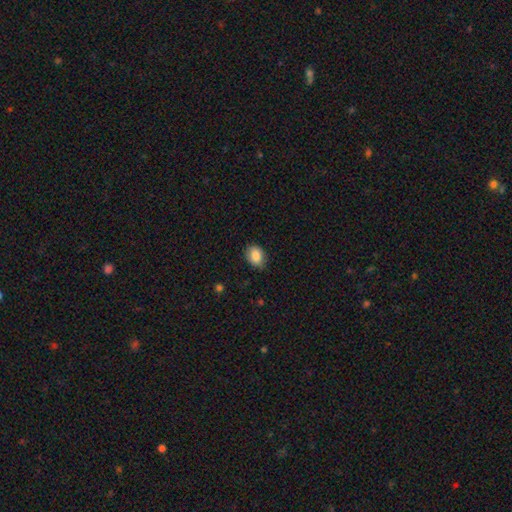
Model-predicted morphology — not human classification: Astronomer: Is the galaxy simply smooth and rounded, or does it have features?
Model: smooth — 86%.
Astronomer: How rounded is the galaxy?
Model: in between — 65%.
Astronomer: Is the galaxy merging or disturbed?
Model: none — 78%.